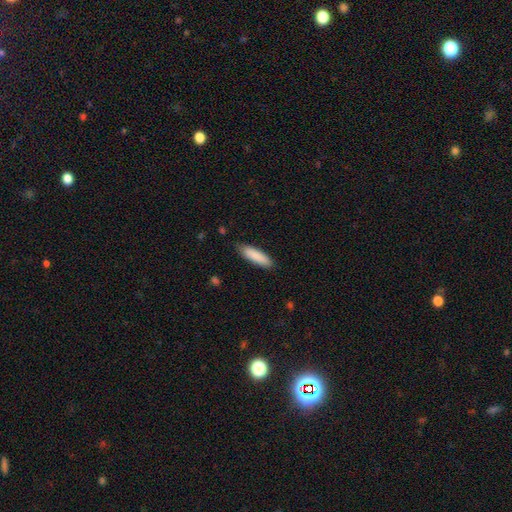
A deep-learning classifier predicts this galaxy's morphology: smooth 88%, featured or disk 7%, star or artifact 6%. Down the decision tree: how rounded — cigar-shaped (64%); merging — none (84%).